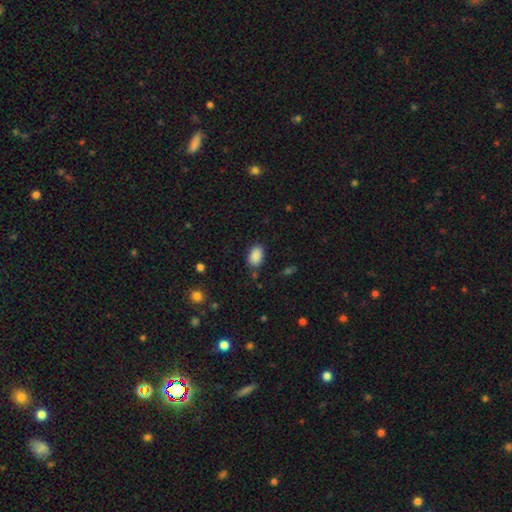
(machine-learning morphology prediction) A smooth galaxy with no disk features (88%) that is in between round and cigar-shaped (88%).

Vote fractions:
- Smooth or featured? smooth: 88% / star or artifact: 8% / featured or disk: 3%
- How rounded? in between: 88% / round: 10% / cigar-shaped: 1%
- Merging? none: 82% / minor disturbance: 13% / major disturbance: 3% / merger: 2%